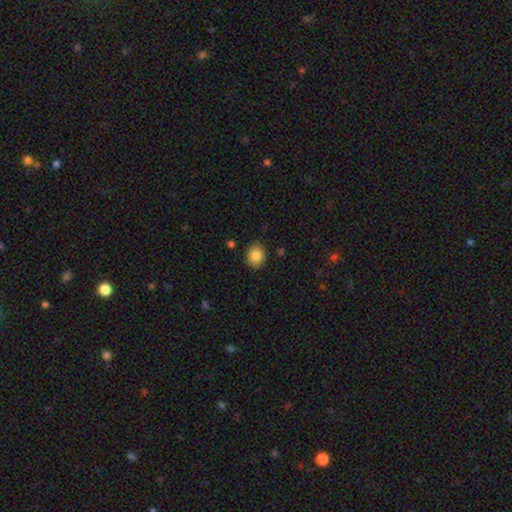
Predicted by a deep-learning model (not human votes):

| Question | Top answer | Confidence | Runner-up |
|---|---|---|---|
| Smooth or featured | smooth | 84% | star or artifact (9%) |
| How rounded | round | 63% | in between (36%) |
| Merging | none | 87% | minor disturbance (9%) |